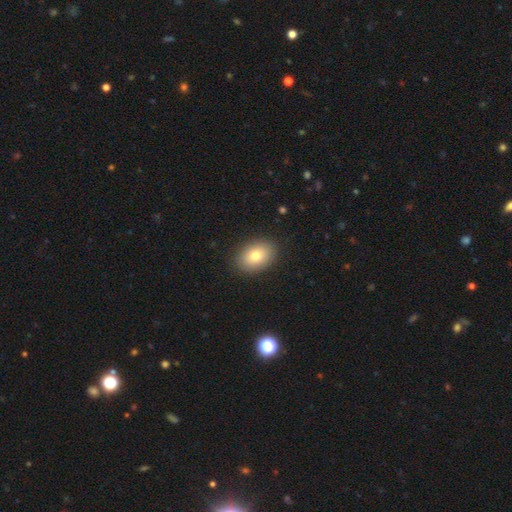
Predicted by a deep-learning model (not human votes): Overall: smooth (78%). How rounded: in between (80%). Merging: none (89%).